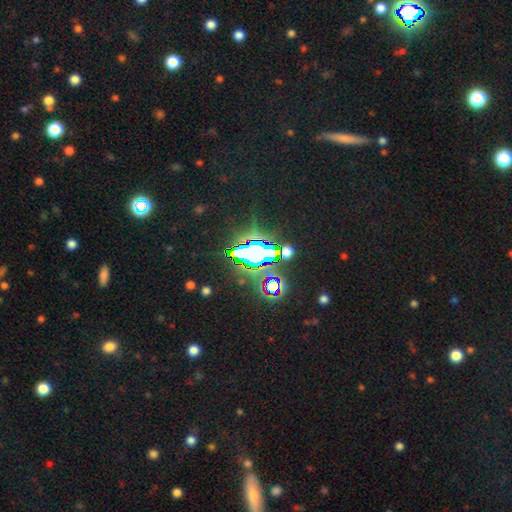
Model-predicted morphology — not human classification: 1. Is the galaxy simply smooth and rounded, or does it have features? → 74% star or artifact, 15% smooth, 11% featured or disk.